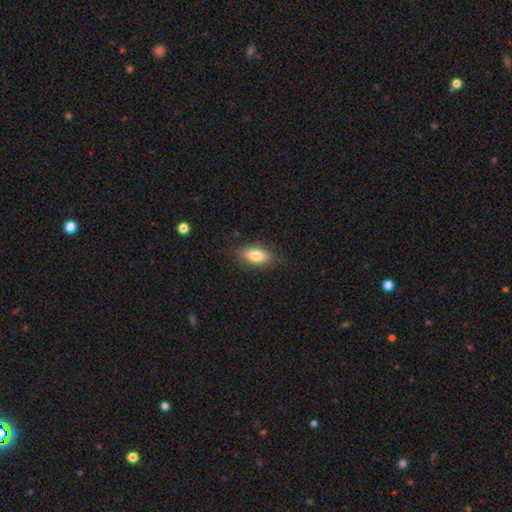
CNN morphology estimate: smooth_or_featured: smooth (p=0.80) [alt: featured or disk p=0.13]
how_rounded: in between (p=0.85) [alt: cigar-shaped p=0.11]
merging: none (p=0.80) [alt: minor disturbance p=0.15]